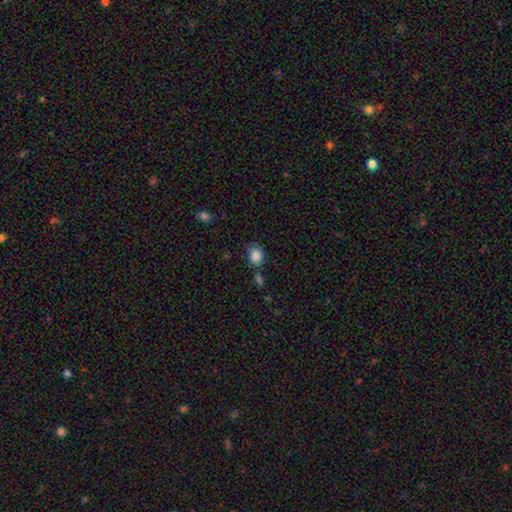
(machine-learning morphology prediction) Q: Smooth or featured?
A: smooth (86%); runner-up: star or artifact (10%)
Q: How rounded?
A: round (57%); runner-up: in between (42%)
Q: Merging?
A: none (63%); runner-up: minor disturbance (20%)